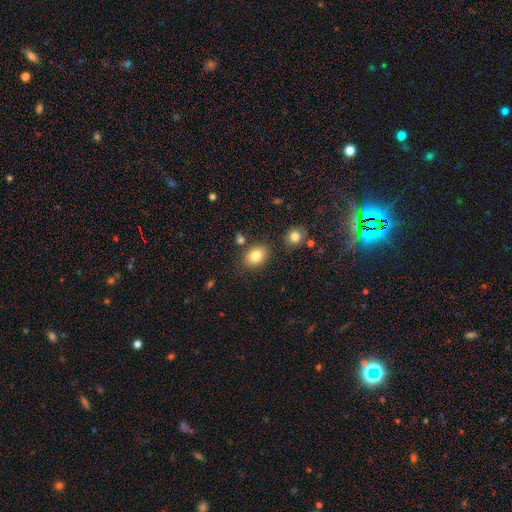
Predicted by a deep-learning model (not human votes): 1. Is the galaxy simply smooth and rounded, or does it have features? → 82% smooth, 9% star or artifact, 9% featured or disk.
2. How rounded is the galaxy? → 72% in between, 26% round, 1% cigar-shaped.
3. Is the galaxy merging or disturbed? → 80% none, 11% minor disturbance, 6% merger, 3% major disturbance.